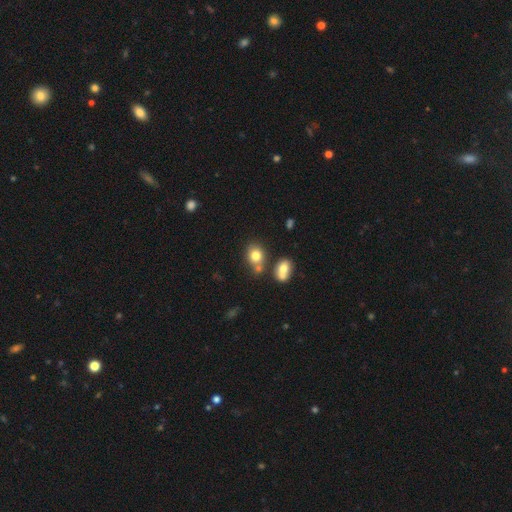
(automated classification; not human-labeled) smooth-or-featured: smooth: 78% | star or artifact: 11% | featured or disk: 11%
  how-rounded: round: 57% | in between: 42% | cigar-shaped: 1%
  merging: none: 56% | merger: 27% | minor disturbance: 12% | major disturbance: 4%